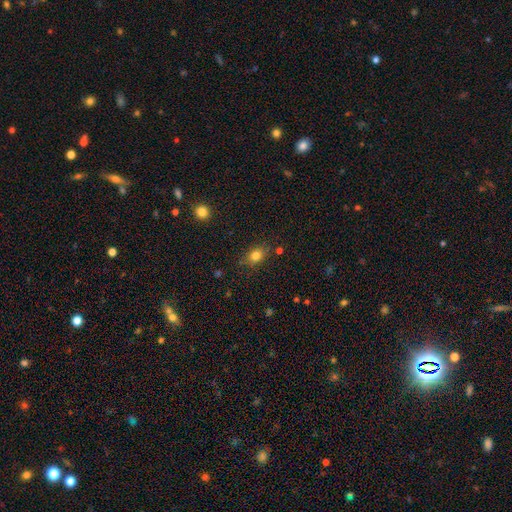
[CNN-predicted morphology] Smooth or featured: smooth — 81% (star or artifact — 12%)
How rounded: in between — 61% (round — 37%)
Merging: none — 81% (minor disturbance — 13%)